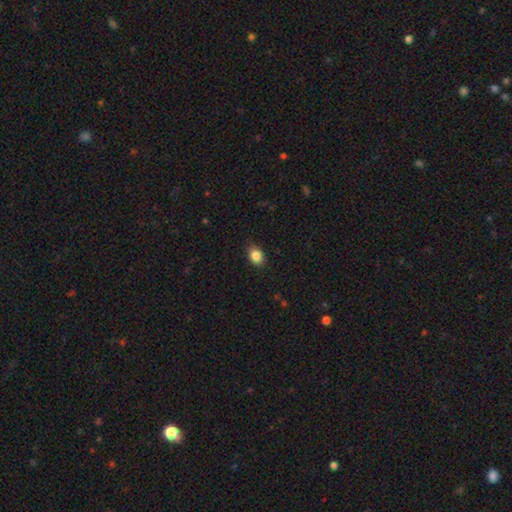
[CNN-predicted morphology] The model was most divided on "how rounded": in between: 70%, round: 29%, cigar-shaped: 1%. More confident: smooth or featured — smooth (86%); merging — none (85%).